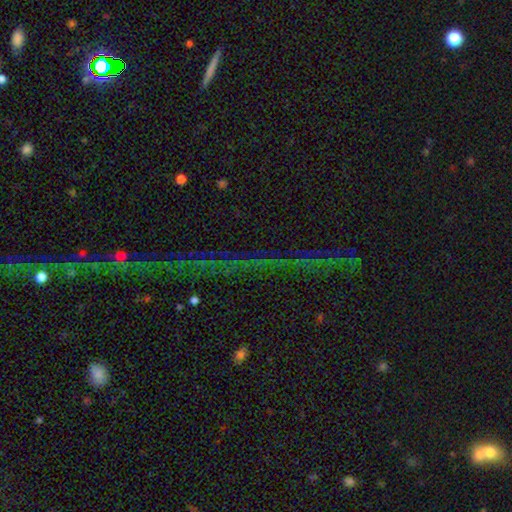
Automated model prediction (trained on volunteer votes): A star or artifact, not a galaxy (77%).